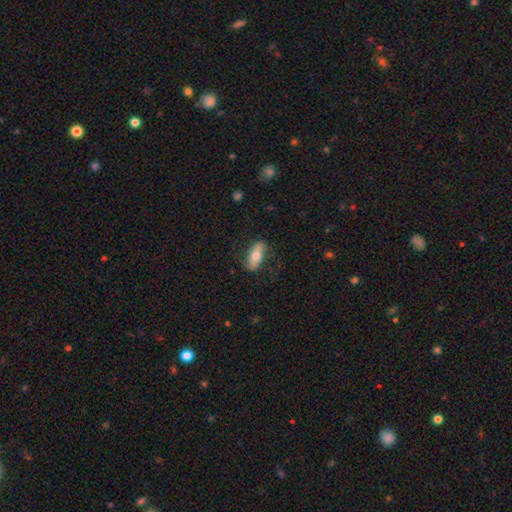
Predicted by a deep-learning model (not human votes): This appears to be a smooth galaxy with no disk features (55%) that is in between round and cigar-shaped (74%). Merging: none (75%).